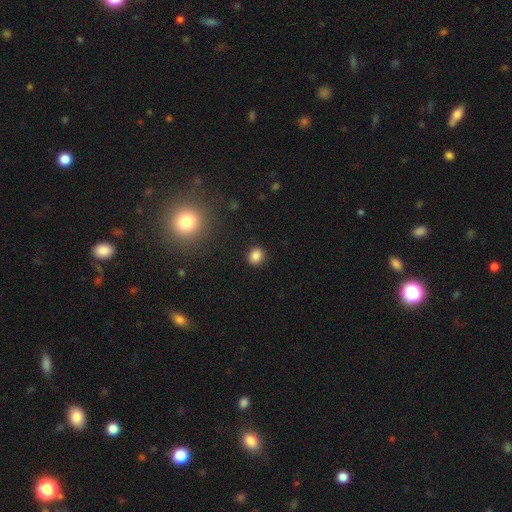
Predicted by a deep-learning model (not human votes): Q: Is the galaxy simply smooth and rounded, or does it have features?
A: smooth — 86%.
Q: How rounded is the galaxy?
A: round — 71%.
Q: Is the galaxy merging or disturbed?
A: none — 91%.